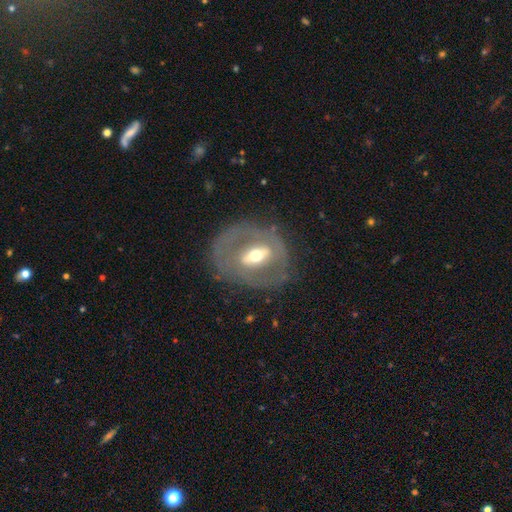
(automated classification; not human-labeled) Morphology: type=featured or disk (70%); edge-on=no (90%); bar=strong (47%); spiral arms=no (68%); bulge=moderate (65%); merging=none (69%).